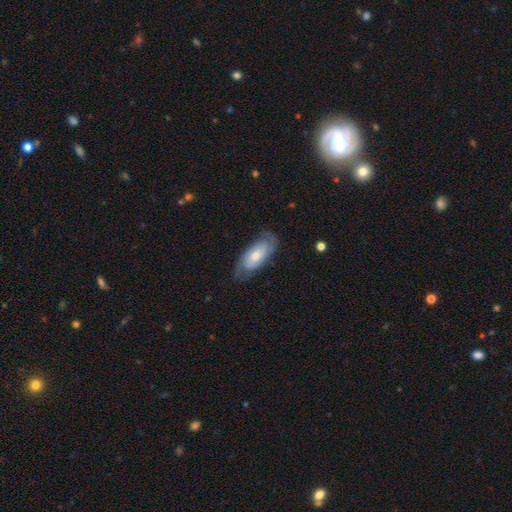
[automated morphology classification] Smooth or featured? featured or disk (48%)
Merging? none (68%)